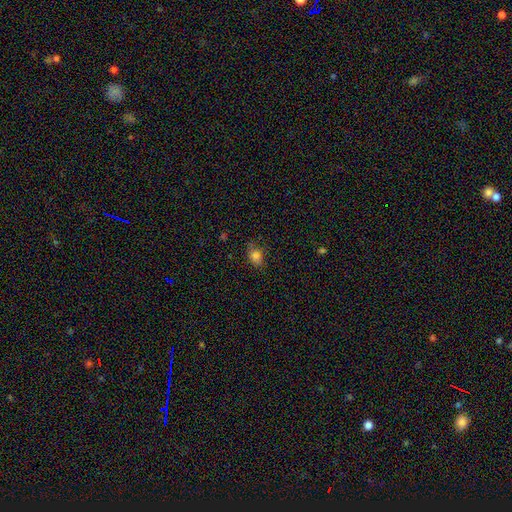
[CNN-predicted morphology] Q: Smooth or featured?
A: smooth (81%); runner-up: star or artifact (11%)
Q: How rounded?
A: in between (66%); runner-up: round (32%)
Q: Merging?
A: none (70%); runner-up: minor disturbance (23%)